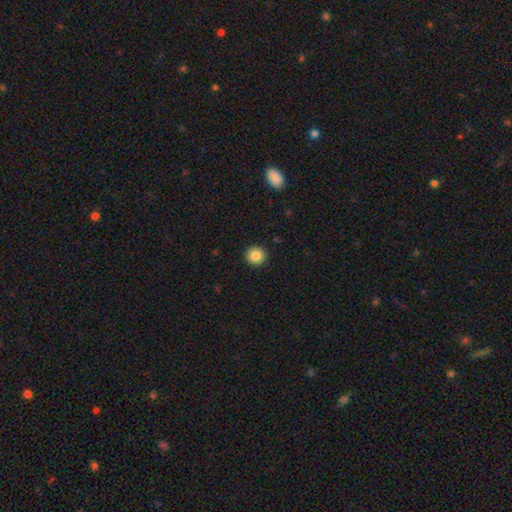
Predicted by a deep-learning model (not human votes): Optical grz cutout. It shows a smooth galaxy with no disk features (86%) that is round (95%). Merging: none (93%).